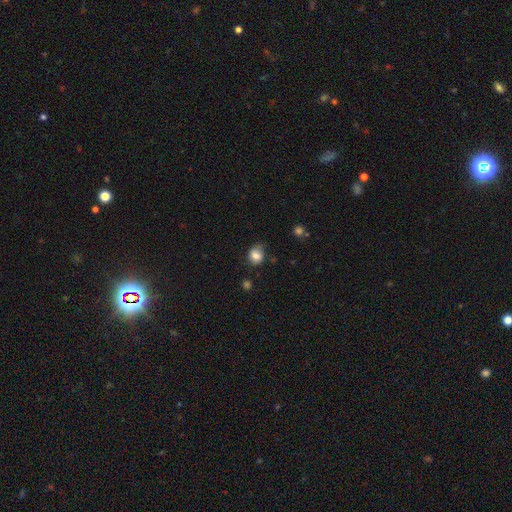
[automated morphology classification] type=smooth (83%); roundness=round (64%); merging=none (66%).